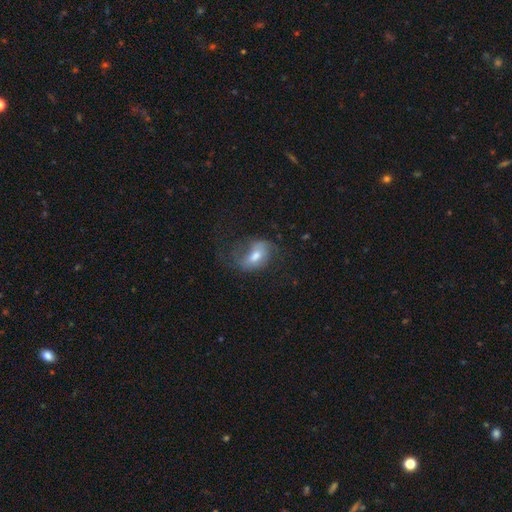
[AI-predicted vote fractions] smooth-or-featured: featured or disk: 52% | smooth: 38% | star or artifact: 9%
  disk-edge-on: no: 94% | yes: 6%
  merging: none: 43% | major disturbance: 32% | minor disturbance: 23% | merger: 2%